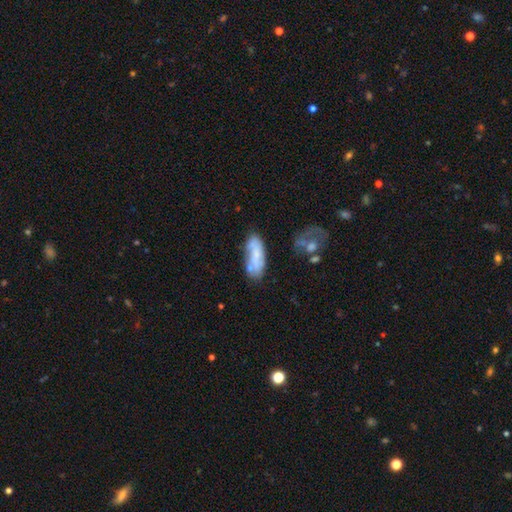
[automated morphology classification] Smooth or featured? Predicted: smooth (p=0.52). How rounded? Predicted: in between (p=0.70). Merging? Predicted: none (p=0.57).